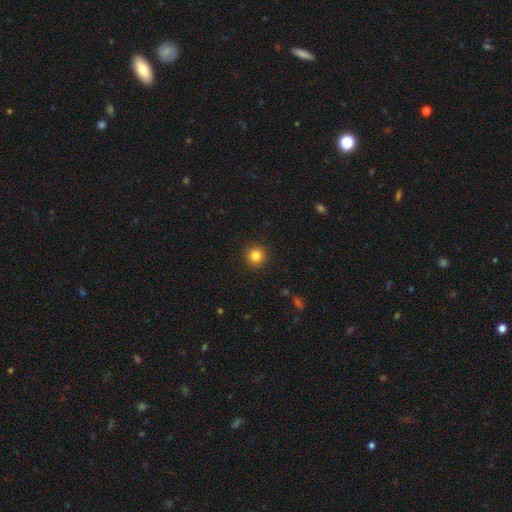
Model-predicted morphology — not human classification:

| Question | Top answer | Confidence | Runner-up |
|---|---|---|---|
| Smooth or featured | smooth | 84% | star or artifact (11%) |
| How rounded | round | 95% | in between (4%) |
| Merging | none | 92% | minor disturbance (5%) |